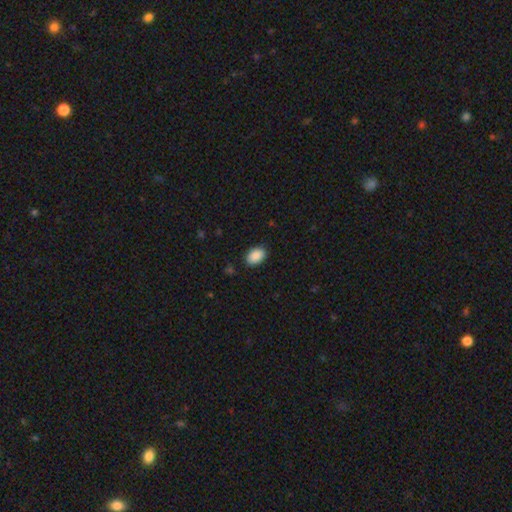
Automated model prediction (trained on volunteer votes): Smooth or featured? Predicted: smooth (p=0.89). How rounded? Predicted: in between (p=0.87). Merging? Predicted: none (p=0.88).